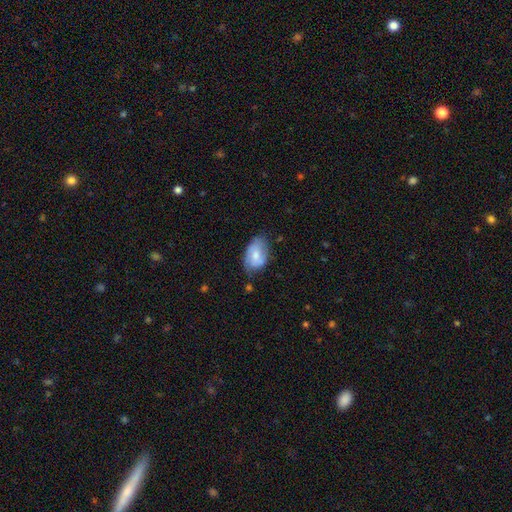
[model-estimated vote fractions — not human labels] Overall: smooth (50%; featured or disk 43%). How rounded: in between (88%). Merging: none (59%; minor disturbance 31%).